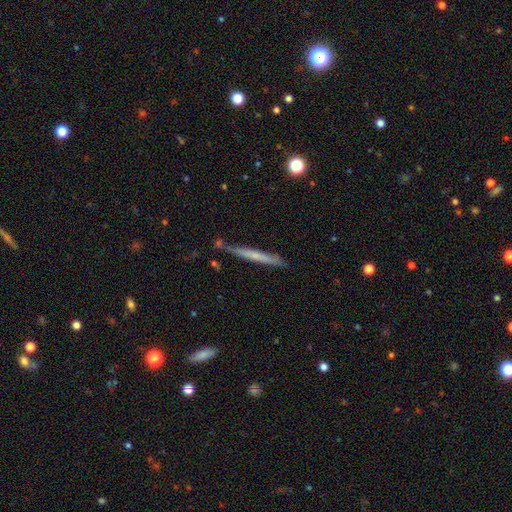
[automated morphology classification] A smooth galaxy with no disk features (47%).

Vote fractions:
- Smooth or featured? smooth: 47% / featured or disk: 46% / star or artifact: 6%
- Merging? none: 80% / minor disturbance: 14% / merger: 4% / major disturbance: 3%